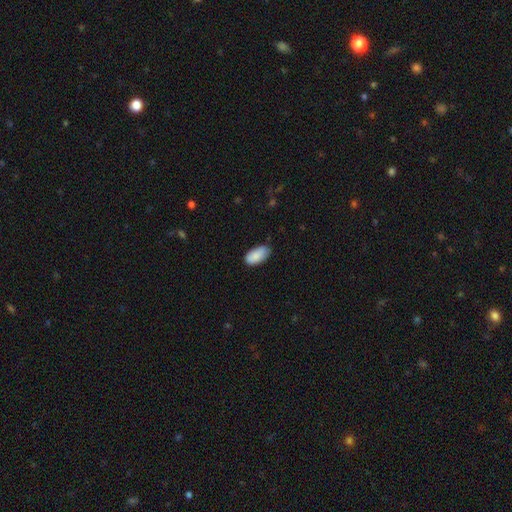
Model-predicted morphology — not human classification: smooth_or_featured: smooth (p=0.87) [alt: featured or disk p=0.07]
how_rounded: in between (p=0.94) [alt: cigar-shaped p=0.03]
merging: none (p=0.74) [alt: minor disturbance p=0.22]